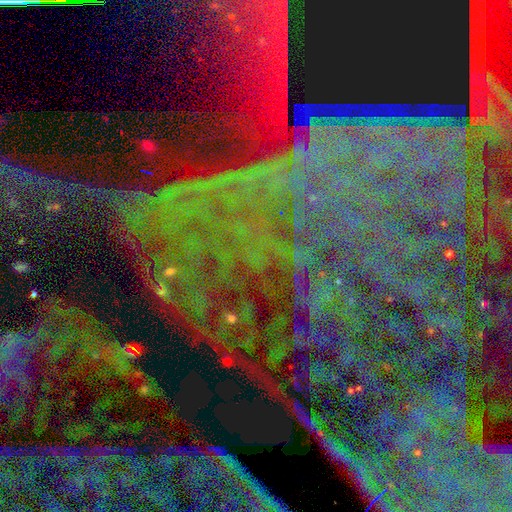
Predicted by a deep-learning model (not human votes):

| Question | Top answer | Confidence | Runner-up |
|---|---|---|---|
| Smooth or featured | star or artifact | 86% | featured or disk (8%) |